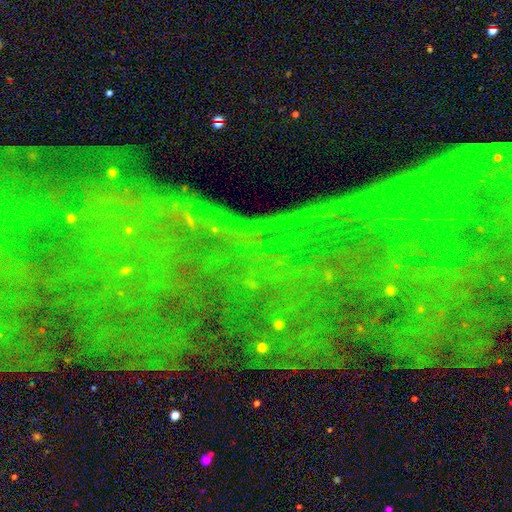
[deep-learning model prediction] Q: Smooth or featured?
A: star or artifact (82%); runner-up: featured or disk (11%)